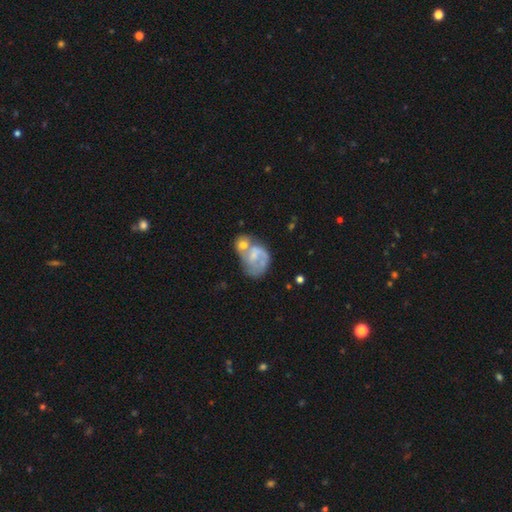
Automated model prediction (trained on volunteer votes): This appears to be a featured or disk galaxy (49%). Merging: merger (48%).